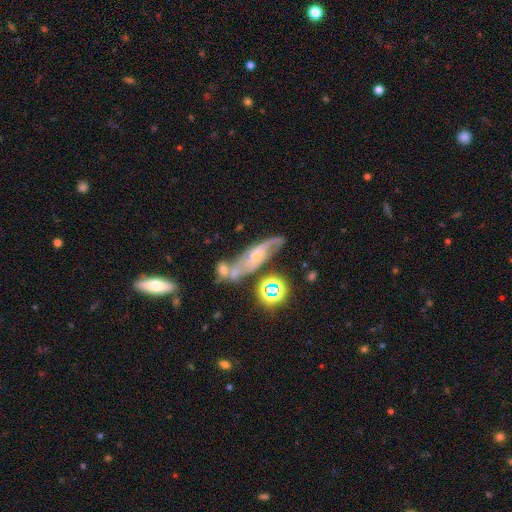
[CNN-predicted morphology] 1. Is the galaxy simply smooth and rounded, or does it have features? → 69% featured or disk, 17% smooth, 14% star or artifact.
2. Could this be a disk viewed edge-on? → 76% no, 24% yes.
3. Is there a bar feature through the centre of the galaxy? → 55% no, 34% weak, 12% strong.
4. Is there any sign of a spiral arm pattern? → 88% yes, 12% no.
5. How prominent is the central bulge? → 54% small, 34% moderate, 7% none, 3% large, 2% dominant.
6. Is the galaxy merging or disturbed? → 47% none, 21% minor disturbance, 19% merger, 13% major disturbance.